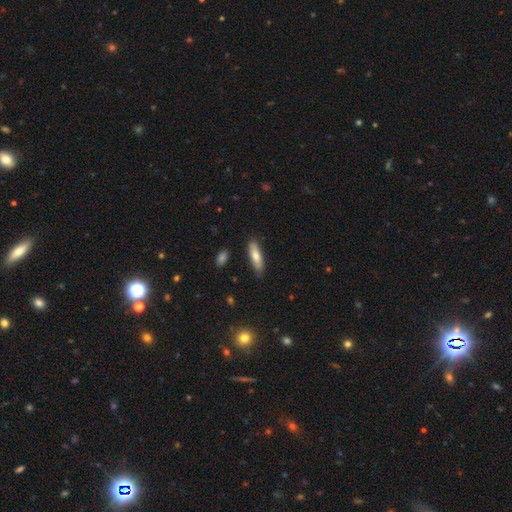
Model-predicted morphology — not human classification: A smooth galaxy with no disk features (74%) that is cigar-shaped (56%).

Vote fractions:
- Smooth or featured? smooth: 74% / featured or disk: 19% / star or artifact: 6%
- How rounded? cigar-shaped: 56% / in between: 42% / round: 2%
- Merging? none: 83% / minor disturbance: 13% / major disturbance: 2% / merger: 2%